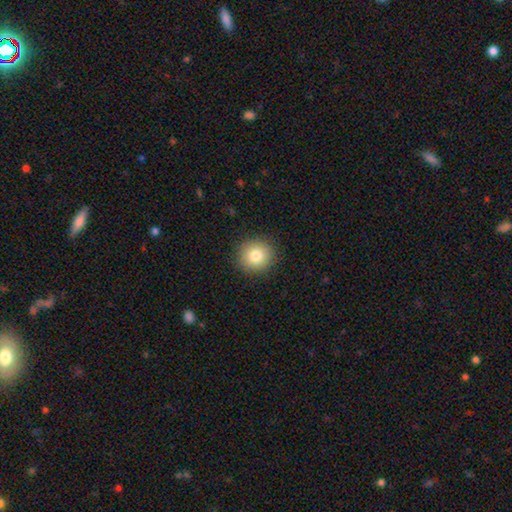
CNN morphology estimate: smooth_or_featured: smooth (p=0.81) [alt: star or artifact p=0.10]
how_rounded: round (p=0.90) [alt: in between p=0.09]
merging: none (p=0.91) [alt: minor disturbance p=0.06]